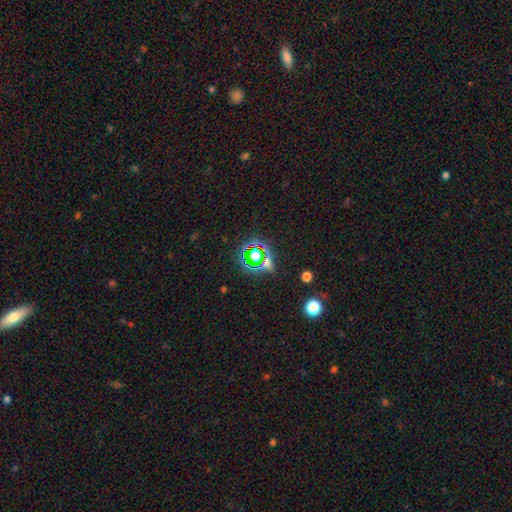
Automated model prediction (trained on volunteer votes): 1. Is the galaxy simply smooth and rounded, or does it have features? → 67% star or artifact, 22% smooth, 11% featured or disk.